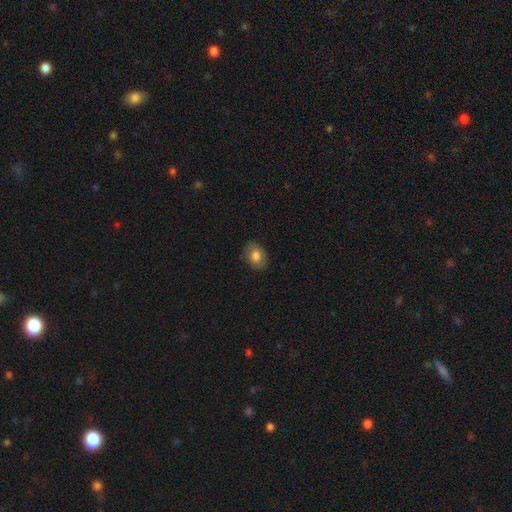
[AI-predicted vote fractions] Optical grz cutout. It shows a smooth galaxy with no disk features (77%) that is in between round and cigar-shaped (71%). Merging: none (81%).